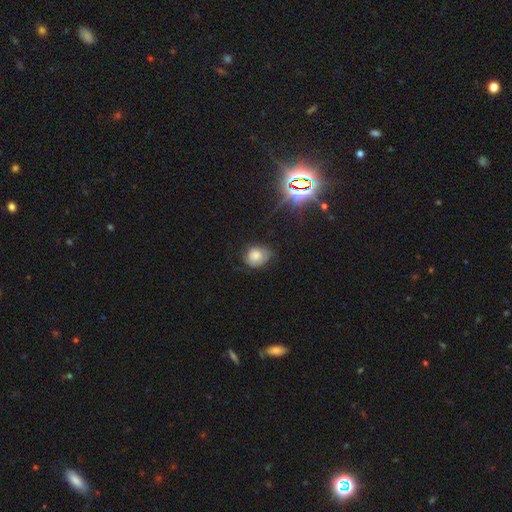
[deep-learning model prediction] Smooth or featured? smooth (66%)
How rounded? round (69%)
Merging? none (58%)